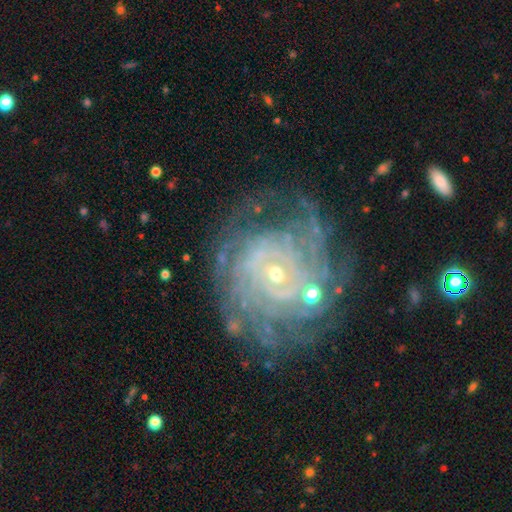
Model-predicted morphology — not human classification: Smooth or featured?
  - featured or disk: 86% *
  - star or artifact: 8%
  - smooth: 6%
Edge-on disk?
  - no: 97% *
  - yes: 3%
Bar?
  - no: 69% *
  - weak: 23%
  - strong: 8%
Spiral arms?
  - yes: 95% *
  - no: 5%
Spiral winding?
  - tight: 76% *
  - medium: 19%
  - loose: 5%
Spiral arm count?
  - can't tell: 32% *
  - more than 4: 24%
  - 4: 17%
  - 3: 11%
  - 2: 10%
  - 1: 7%
Bulge size?
  - small: 79% *
  - moderate: 17%
  - large: 2%
  - none: 1%
  - dominant: 1%
Merging?
  - none: 71% *
  - minor disturbance: 16%
  - major disturbance: 9%
  - merger: 3%